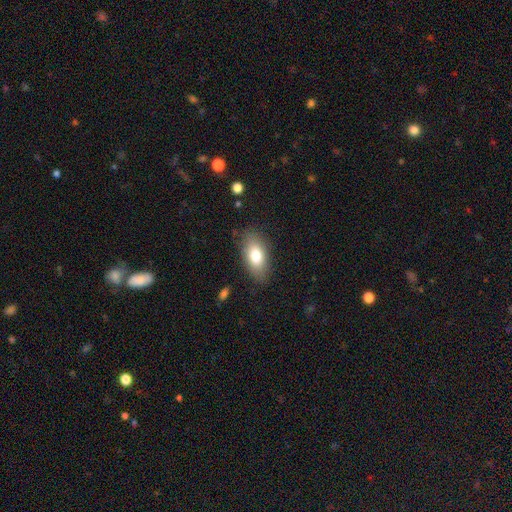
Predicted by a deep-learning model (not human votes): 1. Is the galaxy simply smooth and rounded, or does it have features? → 77% smooth, 15% featured or disk, 8% star or artifact.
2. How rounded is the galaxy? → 88% in between, 7% cigar-shaped, 5% round.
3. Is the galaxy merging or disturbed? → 83% none, 12% minor disturbance, 4% major disturbance, 1% merger.